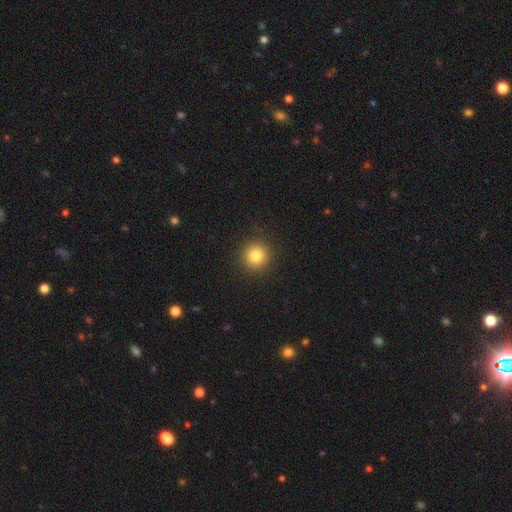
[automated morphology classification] Overall: smooth (82%). How rounded: round (94%). Merging: none (91%).